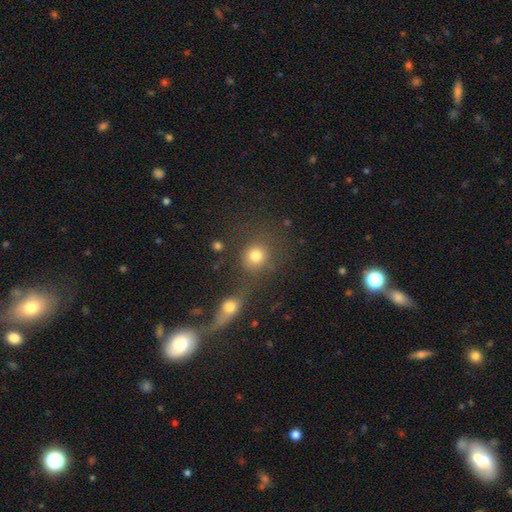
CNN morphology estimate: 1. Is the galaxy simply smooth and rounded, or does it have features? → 77% smooth, 14% star or artifact, 9% featured or disk.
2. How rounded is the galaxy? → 82% round, 16% in between, 1% cigar-shaped.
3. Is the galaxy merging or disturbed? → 55% none, 29% merger, 10% minor disturbance, 7% major disturbance.